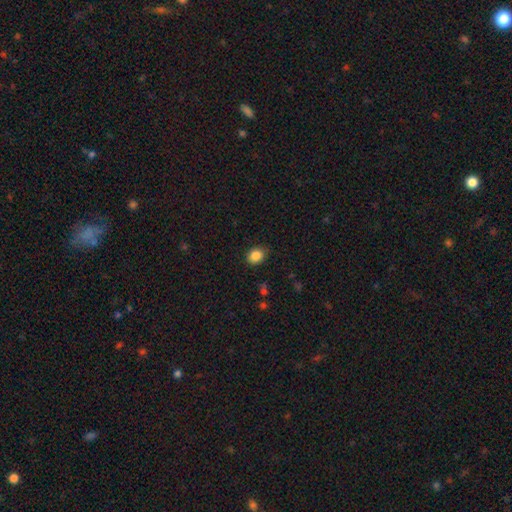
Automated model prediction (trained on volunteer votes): Morphology: type=smooth (86%); roundness=round (51%); merging=none (84%).